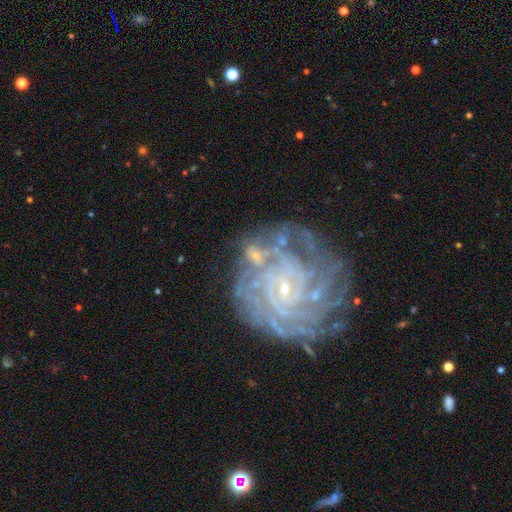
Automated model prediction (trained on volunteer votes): featured or disk 81%, smooth 10%, star or artifact 9%. Down the decision tree: edge-on disk — no (98%); bar — no (42%); spiral arms — yes (95%); spiral arm count — can't tell (25%); spiral winding — tight (70%); bulge size — small (63%); merging — none (51%).